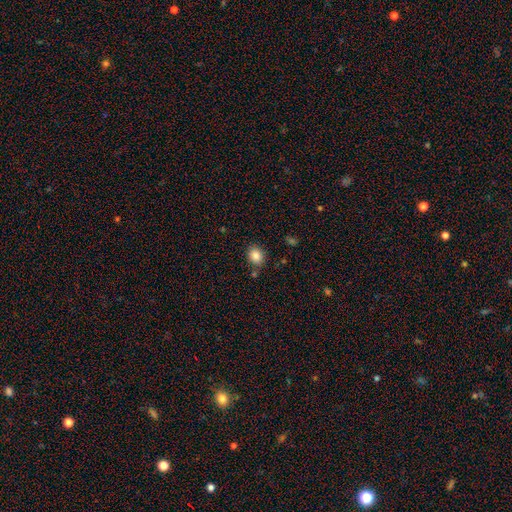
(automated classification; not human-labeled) Smooth or featured: smooth — 85% (star or artifact — 10%)
How rounded: round — 66% (in between — 33%)
Merging: none — 82% (minor disturbance — 10%)